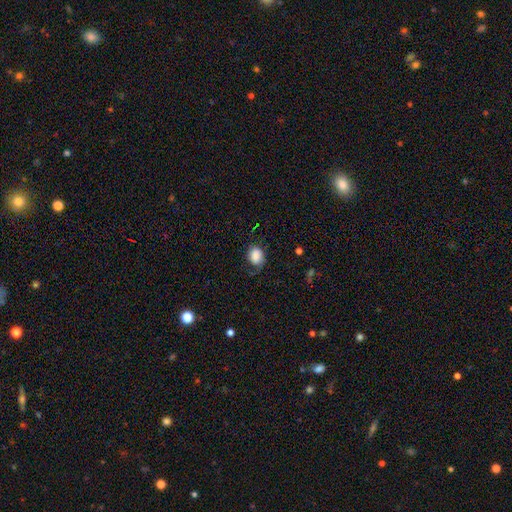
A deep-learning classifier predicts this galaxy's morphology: Q: Smooth or featured?
A: smooth (76%); runner-up: featured or disk (16%)
Q: How rounded?
A: in between (53%); runner-up: round (46%)
Q: Merging?
A: none (52%); runner-up: minor disturbance (27%)